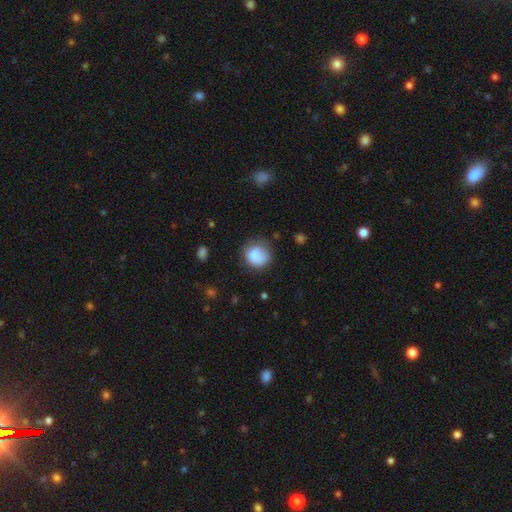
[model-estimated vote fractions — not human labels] smooth-or-featured: smooth: 83% | featured or disk: 9% | star or artifact: 8%
  how-rounded: round: 82% | in between: 17% | cigar-shaped: 1%
  merging: none: 59% | minor disturbance: 25% | major disturbance: 13% | merger: 3%